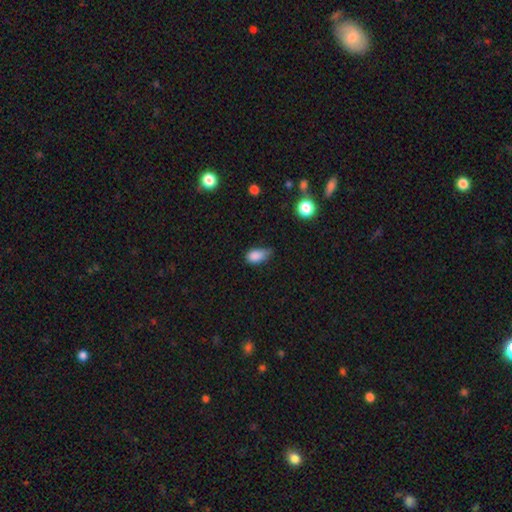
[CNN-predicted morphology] Smooth or featured: smooth — 84% (star or artifact — 10%)
How rounded: in between — 85% (round — 12%)
Merging: minor disturbance — 51% (none — 33%)